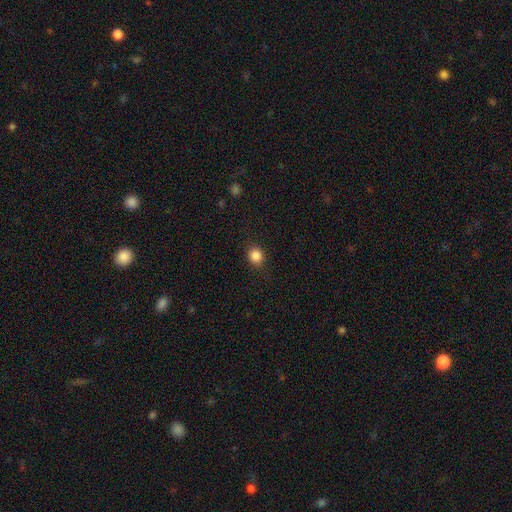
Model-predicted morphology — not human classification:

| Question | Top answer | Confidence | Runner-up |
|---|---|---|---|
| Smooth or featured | smooth | 86% | star or artifact (10%) |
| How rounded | round | 85% | in between (14%) |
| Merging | none | 88% | minor disturbance (8%) |